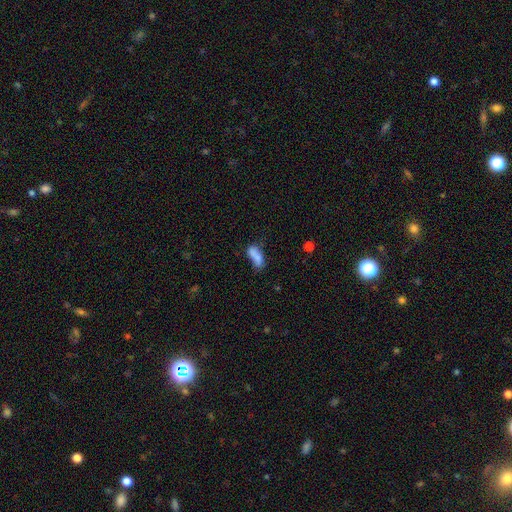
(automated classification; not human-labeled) Smooth or featured? Predicted: smooth (p=0.75). How rounded? Predicted: in between (p=0.75). Merging? Predicted: none (p=0.38).